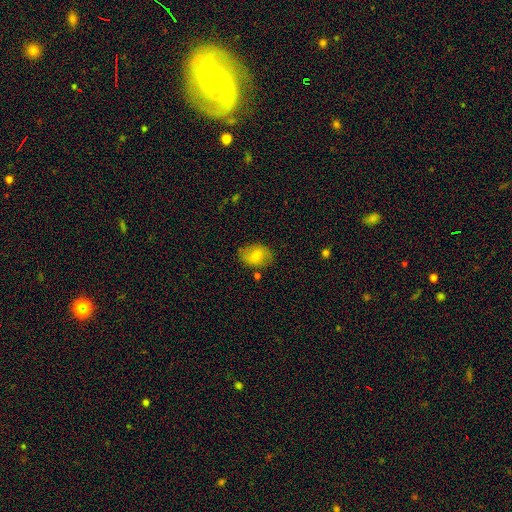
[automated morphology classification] Overall: smooth (67%). How rounded: in between (78%). Merging: none (77%).